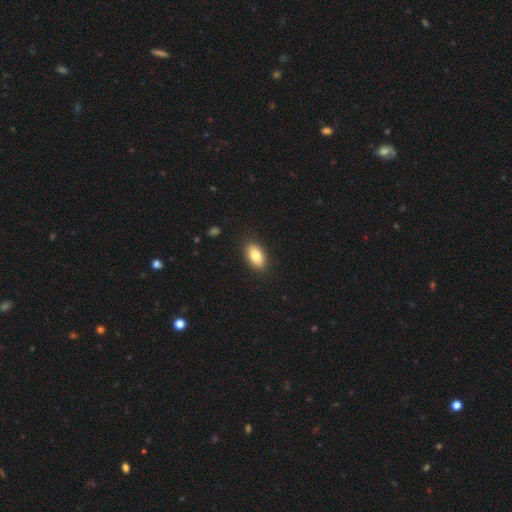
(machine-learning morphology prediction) This appears to be a smooth galaxy with no disk features (81%) that is in between round and cigar-shaped (91%). Merging: none (88%).